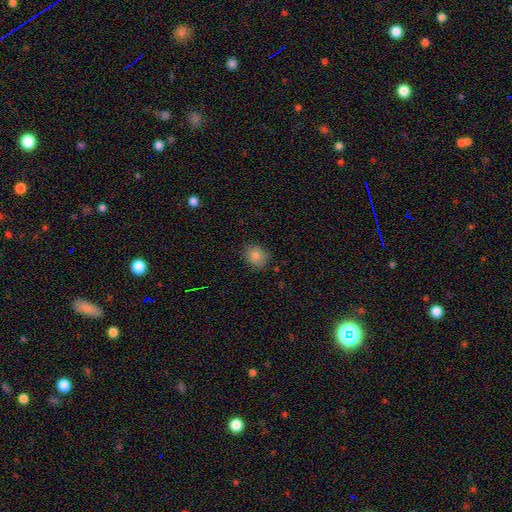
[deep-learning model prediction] This is clearly a smooth galaxy (84%). How rounded: likely round (73%). Merging: clearly none (82%).